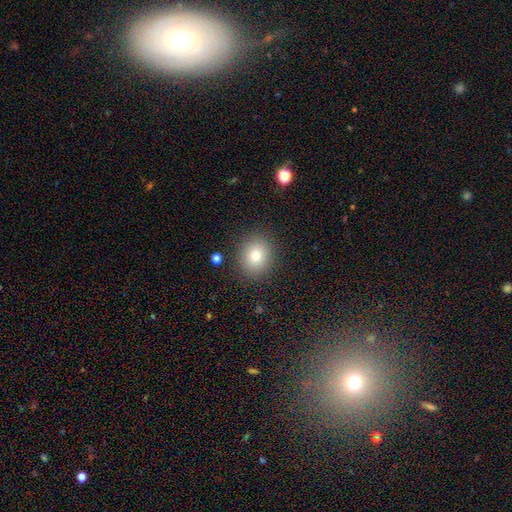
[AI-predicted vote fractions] Smooth or featured: smooth — 79% (star or artifact — 11%)
How rounded: round — 70% (in between — 29%)
Merging: none — 87% (minor disturbance — 8%)